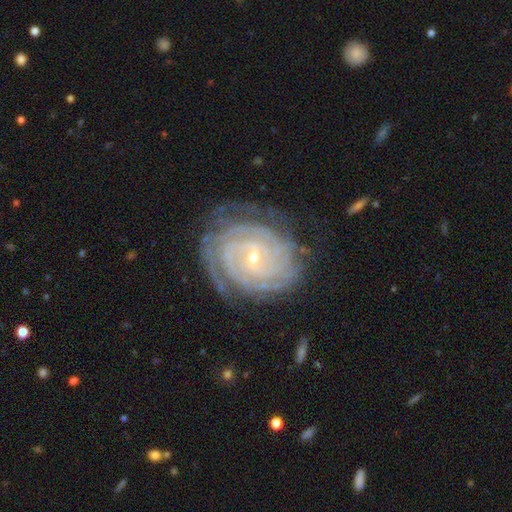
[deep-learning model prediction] This is clearly a featured or disk galaxy (90%). It is clearly not viewed edge-on (97%). Bar: marginally weak (42%). Spiral arm pattern: clearly yes (98%). Spiral arm count: marginally can't tell (23%). Spiral winding: clearly tight (86%). Central bulge: likely small (78%). Merging: likely none (76%).